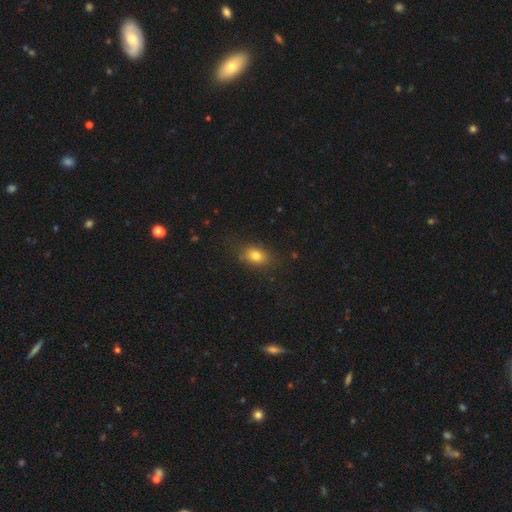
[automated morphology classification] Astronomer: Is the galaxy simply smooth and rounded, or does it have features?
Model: smooth — 79%.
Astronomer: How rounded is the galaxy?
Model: in between — 75%.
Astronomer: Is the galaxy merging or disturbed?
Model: none — 81%.